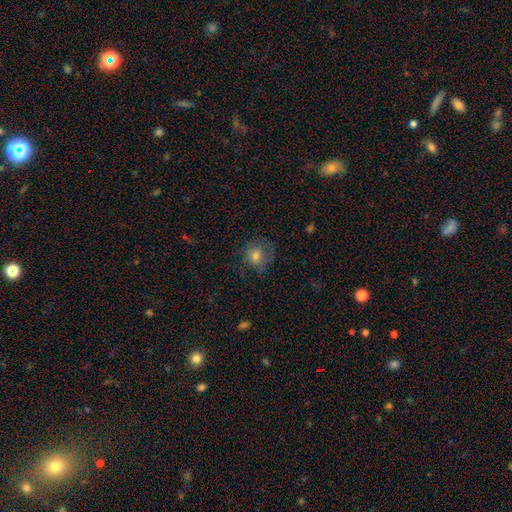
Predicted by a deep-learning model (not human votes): Overall: smooth (59%; featured or disk 24%). How rounded: round (78%). Merging: none (68%).